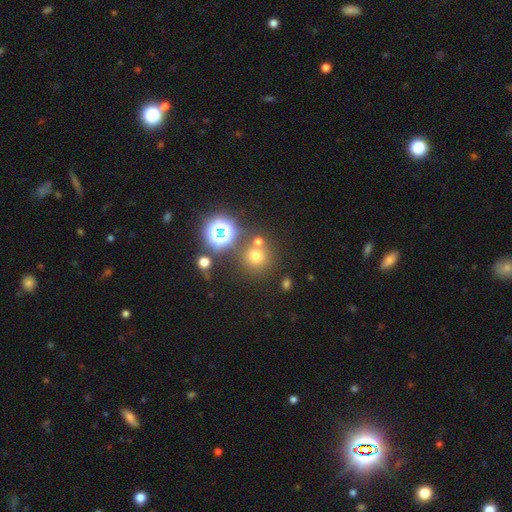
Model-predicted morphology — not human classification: Smooth or featured?
  - smooth: 63% *
  - star or artifact: 29%
  - featured or disk: 8%
How rounded?
  - round: 92% *
  - in between: 7%
  - cigar-shaped: 1%
Merging?
  - none: 71% *
  - merger: 17%
  - minor disturbance: 8%
  - major disturbance: 4%